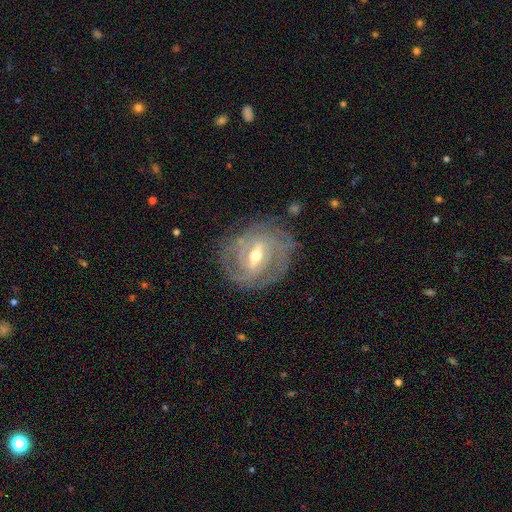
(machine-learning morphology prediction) type=featured or disk (87%); edge-on=no (95%); bar=strong (48%); spiral arms=yes (93%); winding=tight (70%); arm count=can't tell (33%); bulge=moderate (66%); merging=none (76%).